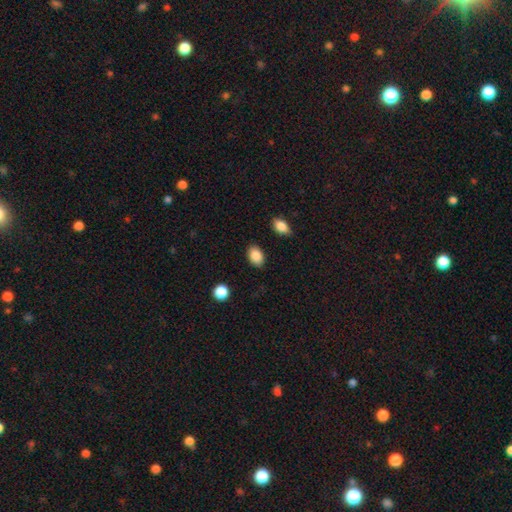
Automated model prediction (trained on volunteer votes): This appears to be a smooth galaxy with no disk features (88%) that is in between round and cigar-shaped (84%). Merging: none (86%).